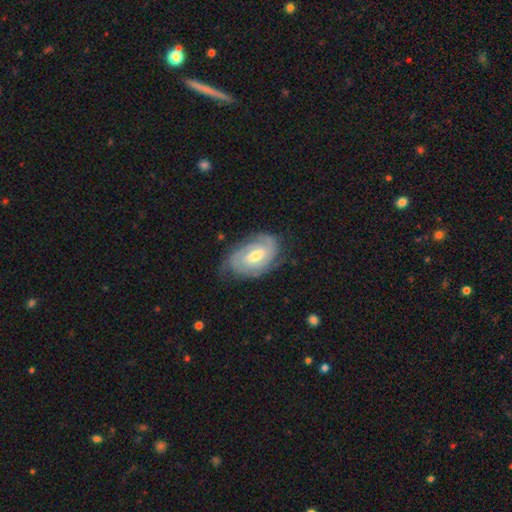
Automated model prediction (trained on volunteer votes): smooth_or_featured: featured or disk (p=0.78) [alt: smooth p=0.17]
disk_edge_on: no (p=0.96) [alt: yes p=0.04]
bar: weak (p=0.51) [alt: no p=0.34]
has_spiral_arms: yes (p=0.91) [alt: no p=0.09]
spiral_winding: tight (p=0.65) [alt: medium p=0.27]
spiral_arm_count: 2 (p=0.53) [alt: can't tell p=0.28]
bulge_size: moderate (p=0.69) [alt: small p=0.21]
merging: none (p=0.67) [alt: minor disturbance p=0.23]